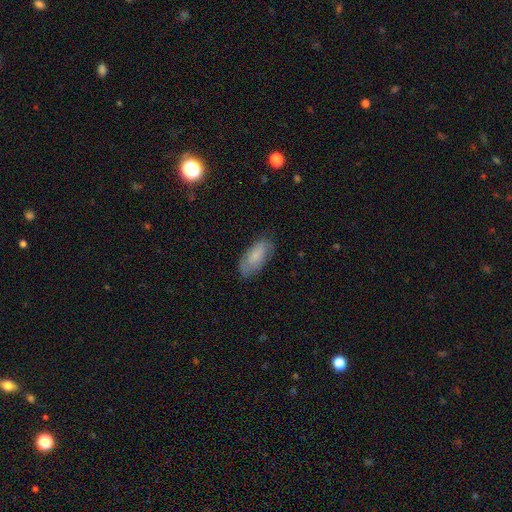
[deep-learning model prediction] Q: Smooth or featured?
A: smooth (69%); runner-up: featured or disk (24%)
Q: How rounded?
A: in between (88%); runner-up: cigar-shaped (10%)
Q: Merging?
A: none (76%); runner-up: minor disturbance (18%)